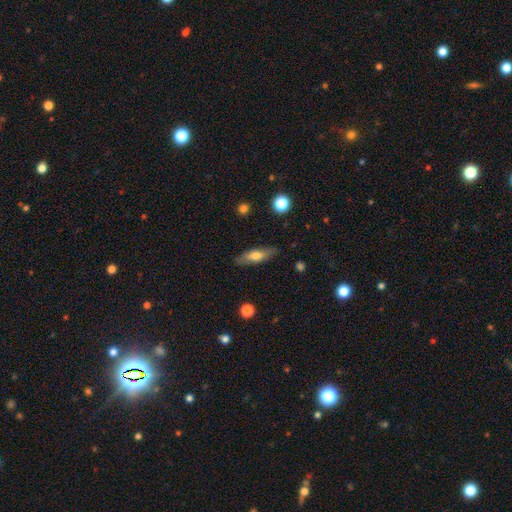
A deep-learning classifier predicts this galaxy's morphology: Overall: smooth (60%; featured or disk 34%). How rounded: in between (50%; cigar-shaped 48%). Merging: none (83%).